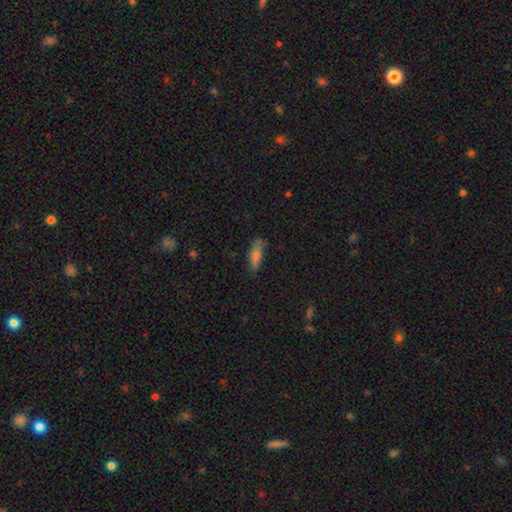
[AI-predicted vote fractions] Smooth or featured? smooth (75%)
How rounded? in between (50%)
Merging? none (72%)